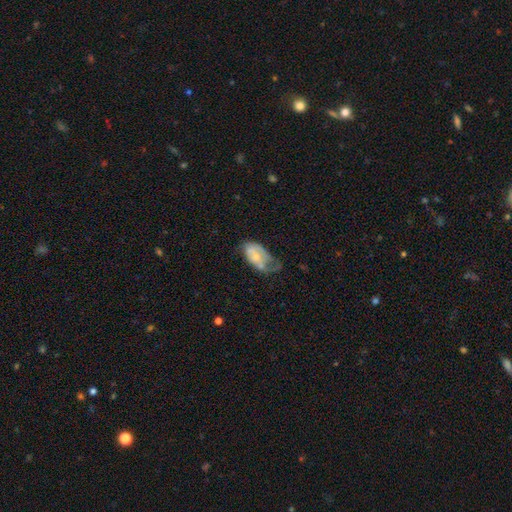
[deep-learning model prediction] Smooth or featured?
  - featured or disk: 50% *
  - smooth: 43%
  - star or artifact: 7%
Merging?
  - major disturbance: 36% *
  - minor disturbance: 32%
  - none: 24%
  - merger: 8%